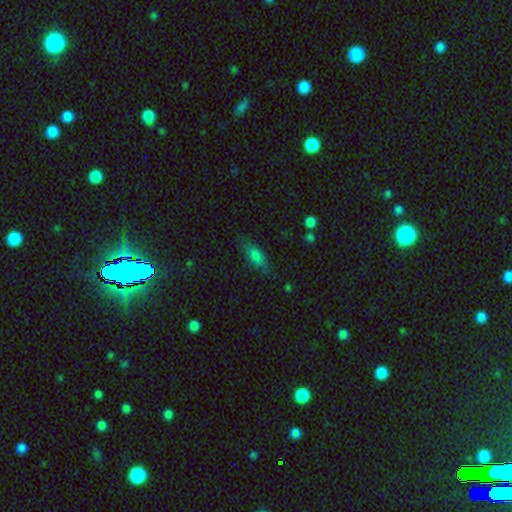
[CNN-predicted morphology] Smooth or featured? smooth (78%)
How rounded? in between (69%)
Merging? none (74%)